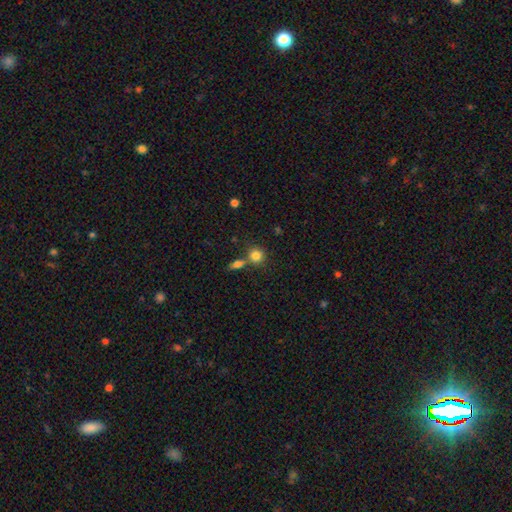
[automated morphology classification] Overall: smooth (82%). How rounded: round (84%). Merging: none (59%; merger 28%).